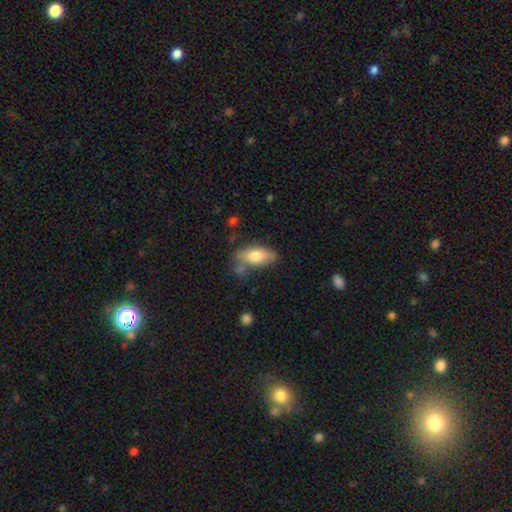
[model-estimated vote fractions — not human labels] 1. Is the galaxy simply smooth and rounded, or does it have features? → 71% smooth, 22% featured or disk, 6% star or artifact.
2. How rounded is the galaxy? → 80% in between, 16% cigar-shaped, 3% round.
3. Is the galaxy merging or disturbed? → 64% none, 21% minor disturbance, 9% merger, 6% major disturbance.